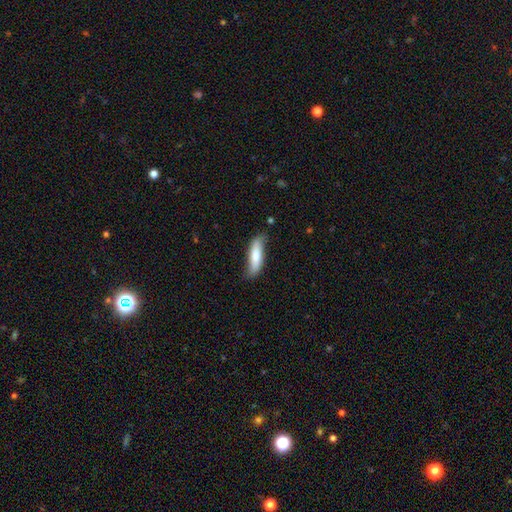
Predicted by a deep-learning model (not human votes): This is likely a smooth galaxy (74%). How rounded: likely cigar-shaped (60%). Merging: likely none (66%).